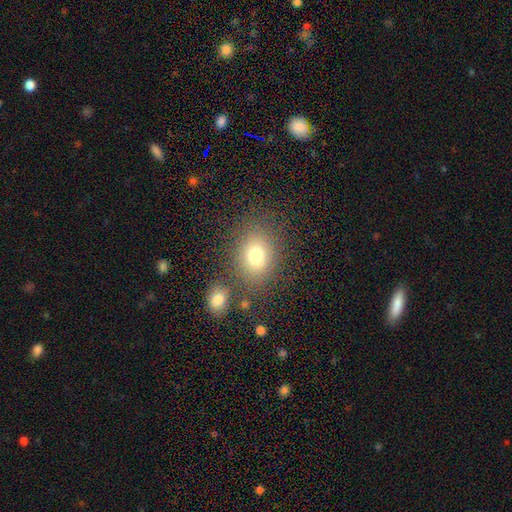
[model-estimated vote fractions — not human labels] Q: Smooth or featured?
A: smooth (75%); runner-up: star or artifact (12%)
Q: How rounded?
A: in between (60%); runner-up: round (39%)
Q: Merging?
A: none (70%); runner-up: minor disturbance (14%)